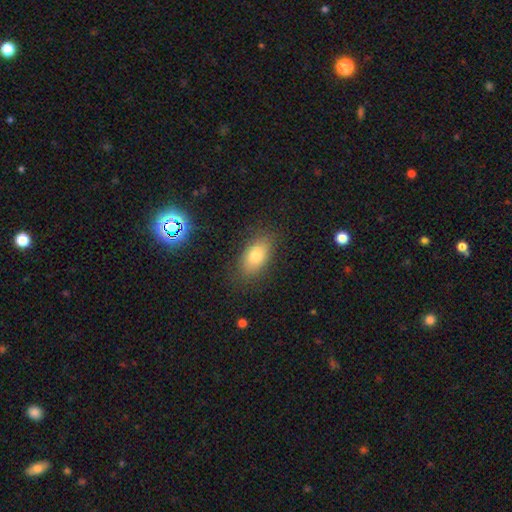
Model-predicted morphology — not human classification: A smooth galaxy with no disk features (75%) that is in between round and cigar-shaped (89%). Merging: none (82%).